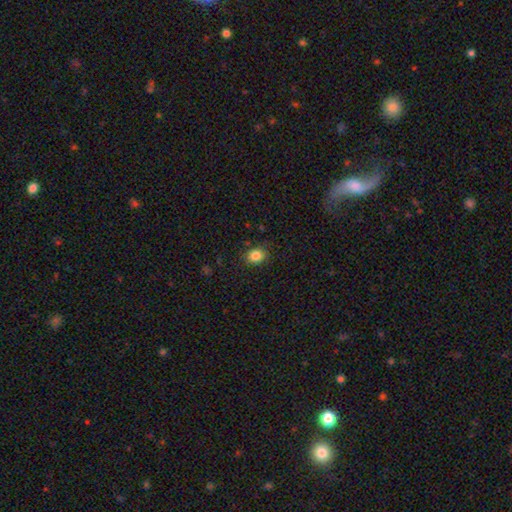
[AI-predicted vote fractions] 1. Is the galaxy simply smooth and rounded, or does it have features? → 84% smooth, 11% star or artifact, 5% featured or disk.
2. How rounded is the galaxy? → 60% round, 39% in between, 1% cigar-shaped.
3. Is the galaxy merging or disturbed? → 85% none, 11% minor disturbance, 3% major disturbance, 1% merger.